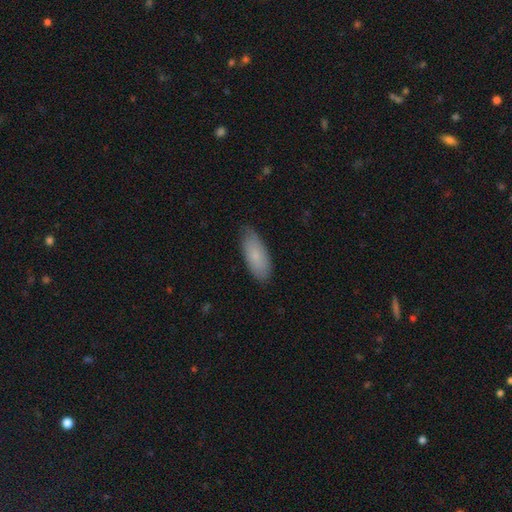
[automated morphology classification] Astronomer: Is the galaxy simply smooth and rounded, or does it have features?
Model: smooth — 79%.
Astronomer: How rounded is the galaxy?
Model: in between — 81%.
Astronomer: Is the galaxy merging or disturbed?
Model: none — 78%.